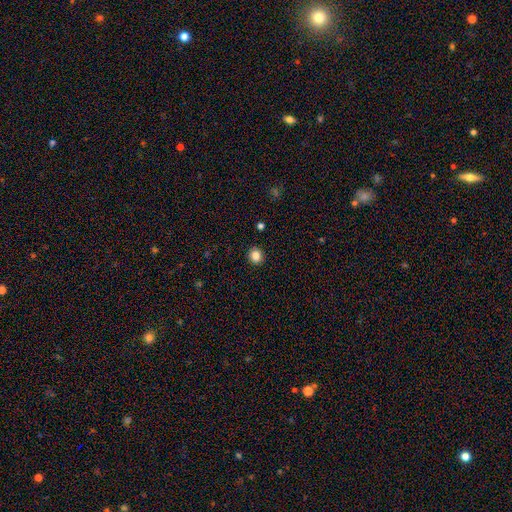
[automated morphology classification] smooth-or-featured: smooth: 84% | star or artifact: 11% | featured or disk: 5%
  how-rounded: round: 88% | in between: 11% | cigar-shaped: 1%
  merging: none: 92% | minor disturbance: 5% | major disturbance: 2% | merger: 1%